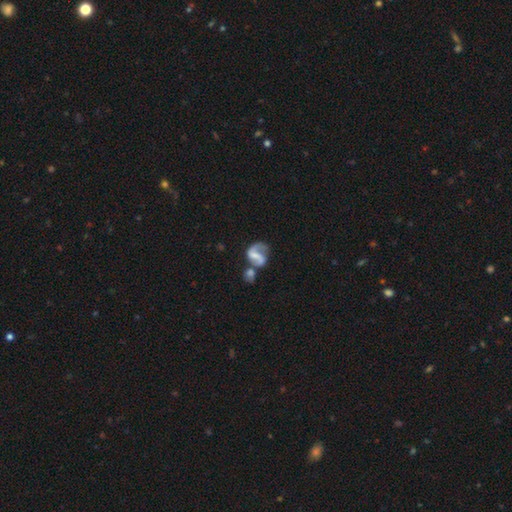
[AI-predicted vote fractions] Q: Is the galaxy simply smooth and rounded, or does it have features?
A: featured or disk — 71%.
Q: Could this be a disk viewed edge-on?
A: no — 98%.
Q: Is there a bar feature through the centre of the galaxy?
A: weak — 41%.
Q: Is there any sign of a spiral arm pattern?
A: yes — 87%.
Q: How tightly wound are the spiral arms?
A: loose — 49%.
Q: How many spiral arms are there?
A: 2 — 70%.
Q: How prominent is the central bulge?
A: none — 35%.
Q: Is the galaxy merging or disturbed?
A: merger — 39%.